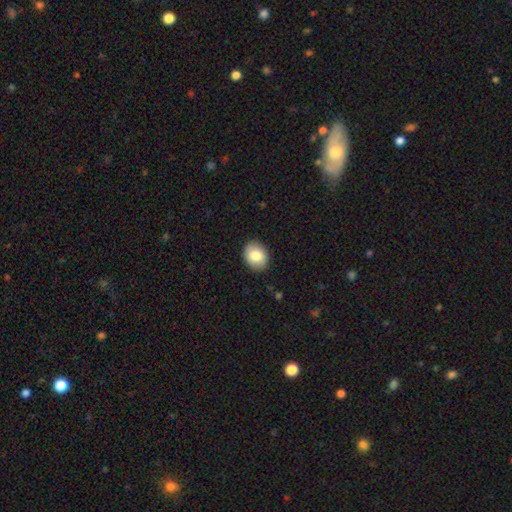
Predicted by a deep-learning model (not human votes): smooth_or_featured: smooth (p=0.82) [alt: featured or disk p=0.10]
how_rounded: in between (p=0.57) [alt: round p=0.42]
merging: none (p=0.89) [alt: minor disturbance p=0.08]